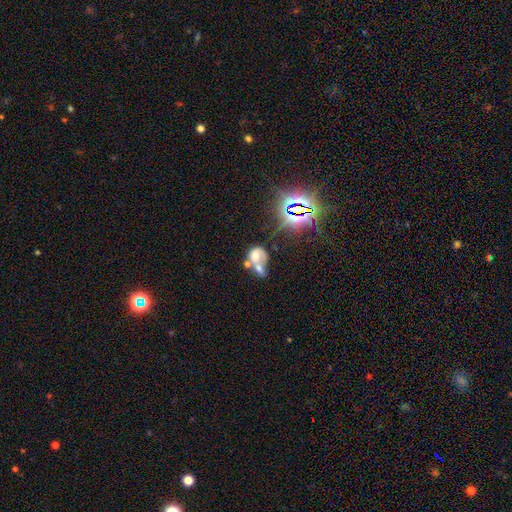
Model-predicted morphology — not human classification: A smooth galaxy with no disk features (46%). Merging: merger (67%).